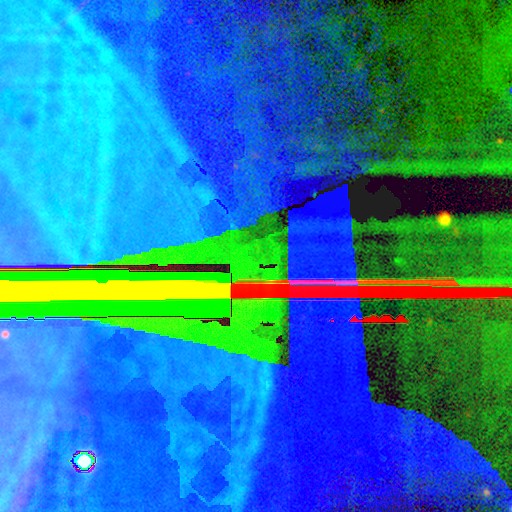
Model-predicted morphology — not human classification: Smooth or featured: star or artifact — 87% (featured or disk — 8%)